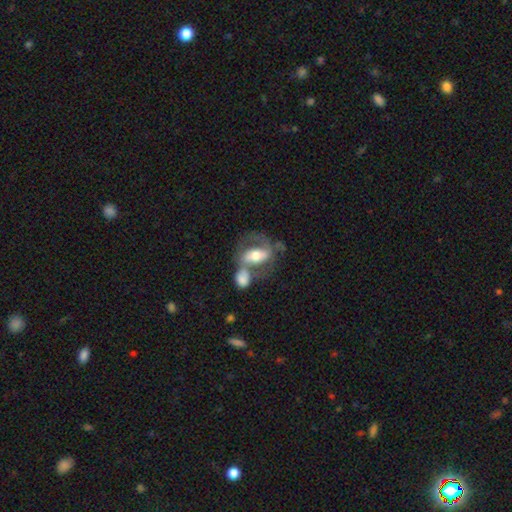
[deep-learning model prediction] smooth_or_featured: featured or disk (p=0.66) [alt: smooth p=0.28]
disk_edge_on: no (p=0.92) [alt: yes p=0.08]
bar: strong (p=0.46) [alt: weak p=0.29]
has_spiral_arms: yes (p=0.67) [alt: no p=0.33]
bulge_size: moderate (p=0.63) [alt: large p=0.19]
merging: merger (p=0.44) [alt: none p=0.30]